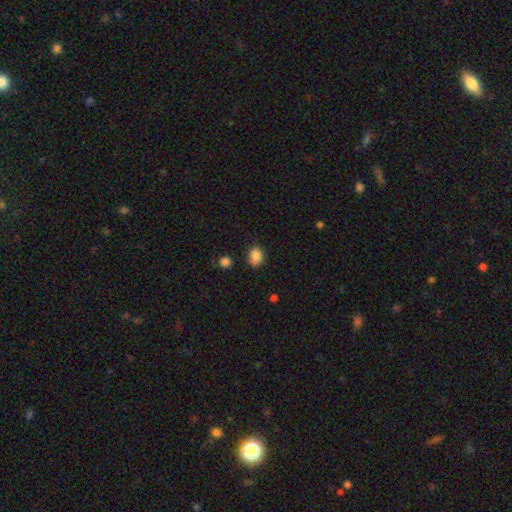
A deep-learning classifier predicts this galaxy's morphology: smooth 86%, star or artifact 10%, featured or disk 4%. Down the decision tree: how rounded — in between (56%); merging — none (73%).